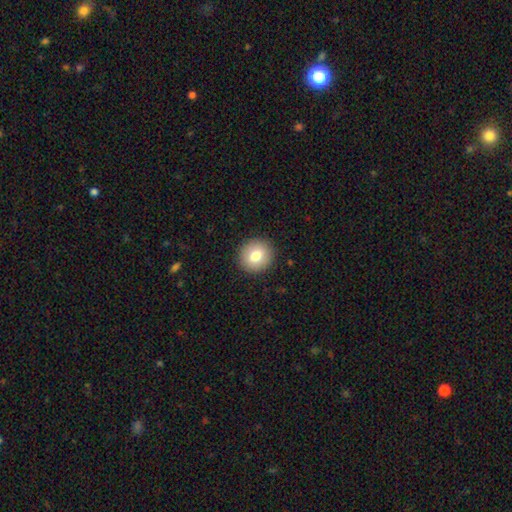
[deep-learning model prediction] Smooth or featured? smooth (78%)
How rounded? round (90%)
Merging? none (91%)